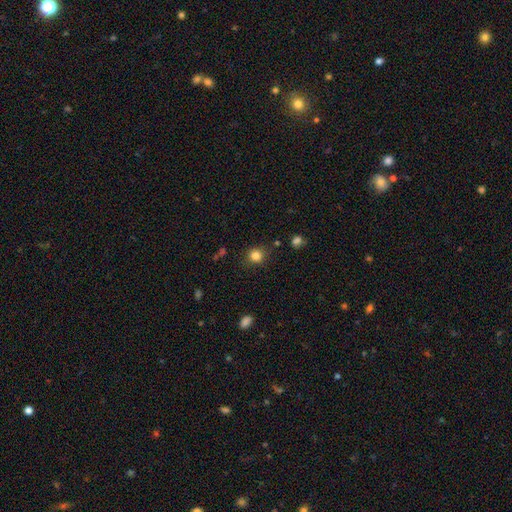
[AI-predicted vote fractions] smooth_or_featured: smooth (p=0.83) [alt: star or artifact p=0.12]
how_rounded: round (p=0.87) [alt: in between p=0.12]
merging: none (p=0.84) [alt: minor disturbance p=0.11]